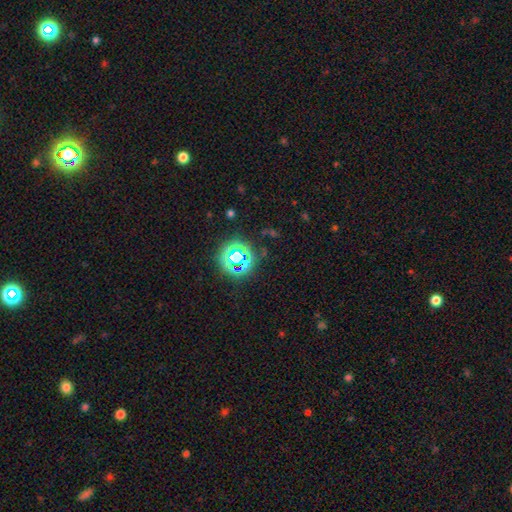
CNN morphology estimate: Smooth or featured? Predicted: star or artifact (p=0.72).